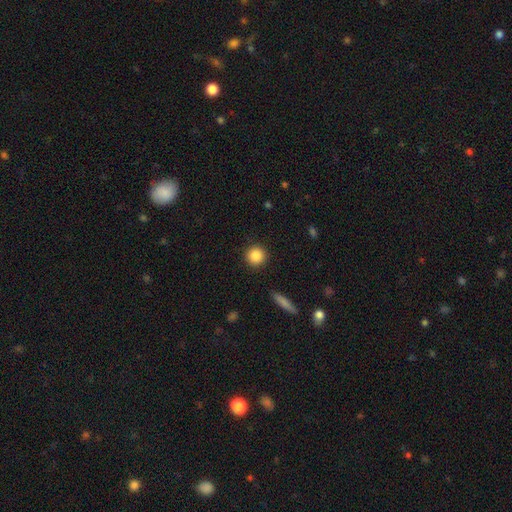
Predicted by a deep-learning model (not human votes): Smooth or featured? Predicted: smooth (p=0.87). How rounded? Predicted: round (p=0.94). Merging? Predicted: none (p=0.91).